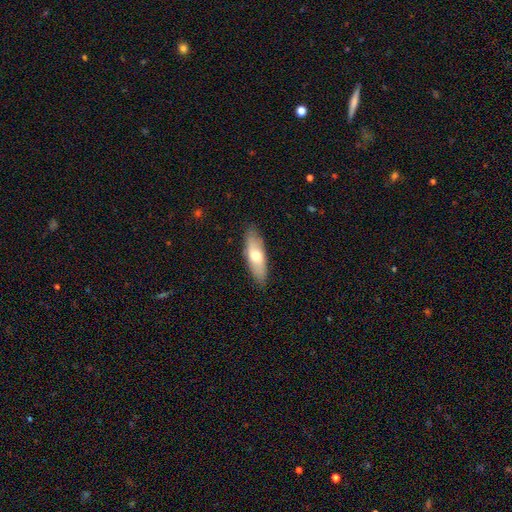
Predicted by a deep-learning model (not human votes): A smooth galaxy with no disk features (64%) that is in between round and cigar-shaped (58%). Merging: none (86%).